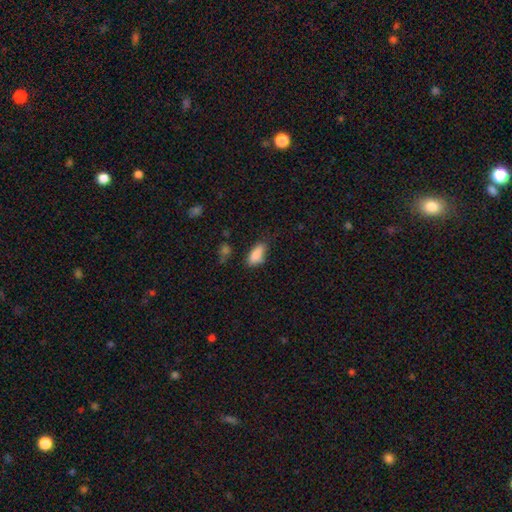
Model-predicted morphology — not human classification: smooth 85%, star or artifact 8%, featured or disk 7%. Down the decision tree: how rounded — in between (82%); merging — none (63%).